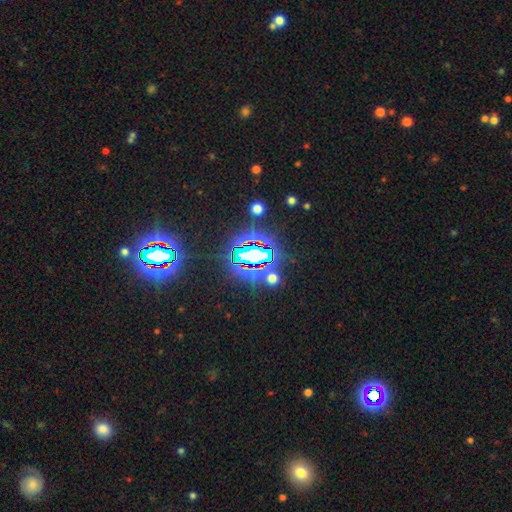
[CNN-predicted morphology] Smooth or featured?
  - star or artifact: 75% *
  - smooth: 14%
  - featured or disk: 12%